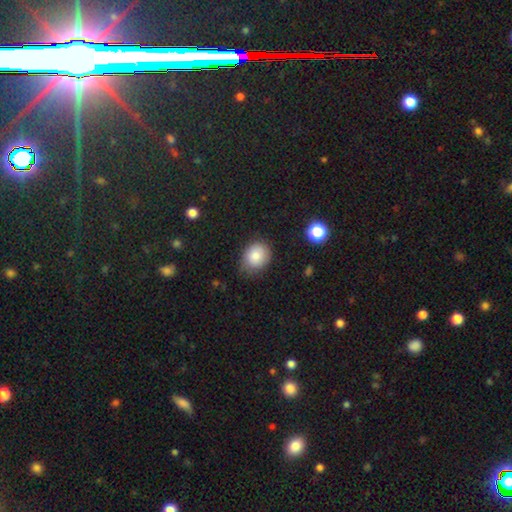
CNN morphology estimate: Smooth or featured? Predicted: smooth (p=0.83). How rounded? Predicted: round (p=0.60). Merging? Predicted: none (p=0.70).